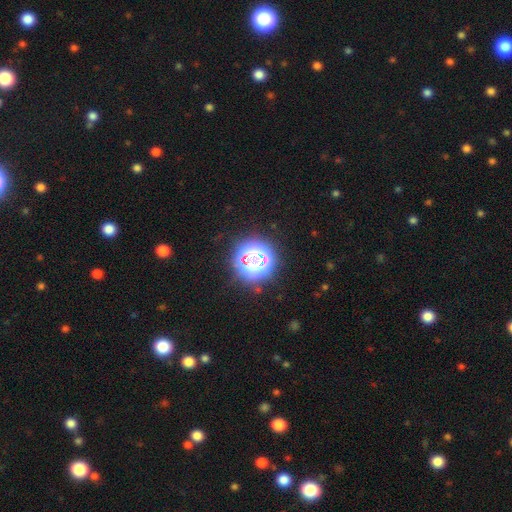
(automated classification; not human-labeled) This appears to be a star or artifact, not a galaxy (73%).